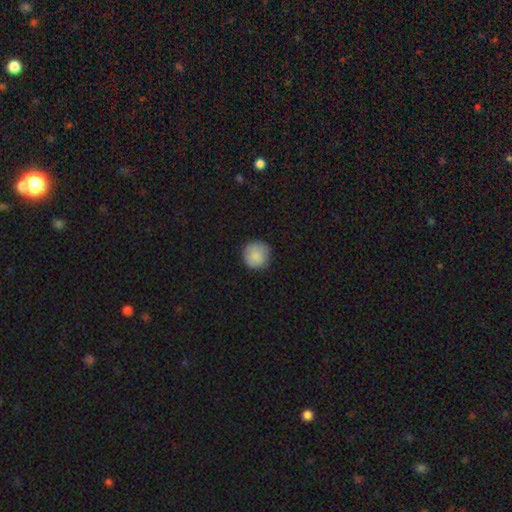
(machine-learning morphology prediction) smooth_or_featured: smooth (p=0.88) [alt: star or artifact p=0.07]
how_rounded: round (p=0.95) [alt: in between p=0.05]
merging: none (p=0.86) [alt: minor disturbance p=0.11]